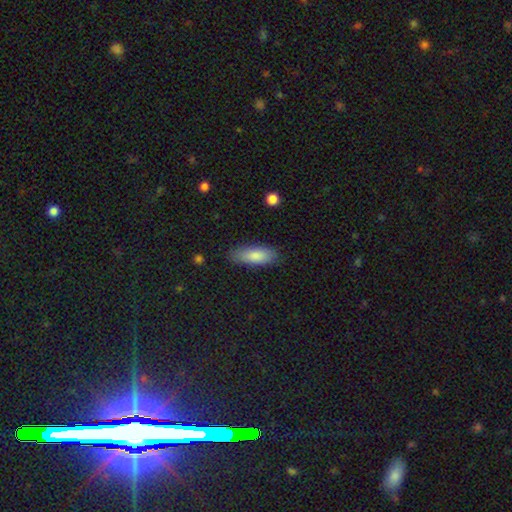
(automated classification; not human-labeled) Overall: smooth (84%). How rounded: in between (71%). Merging: none (83%).